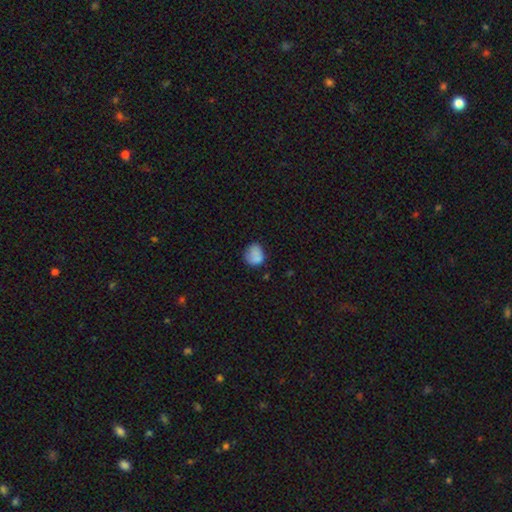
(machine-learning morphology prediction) Smooth or featured? Predicted: smooth (p=0.81). How rounded? Predicted: round (p=0.68). Merging? Predicted: none (p=0.59).